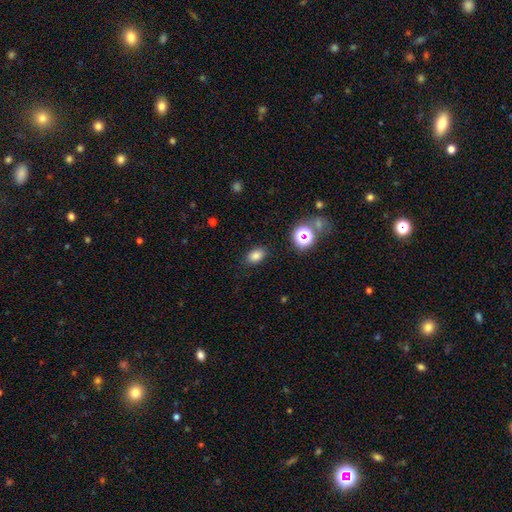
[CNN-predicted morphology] The model was most divided on "how rounded": in between: 81%, round: 18%, cigar-shaped: 1%. More confident: merging — none (86%); smooth or featured — smooth (80%).